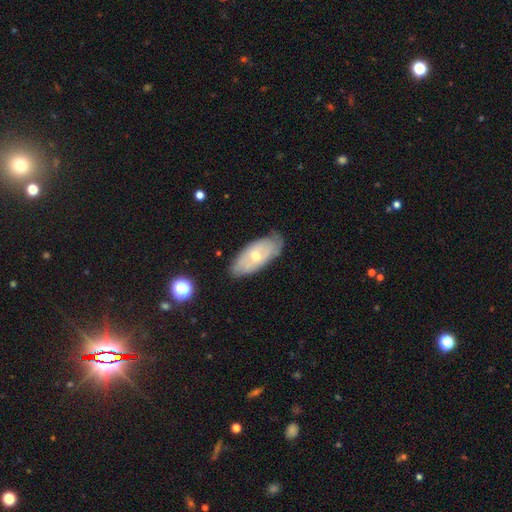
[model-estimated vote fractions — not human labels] Morphology: type=featured or disk (50%); merging=none (73%).